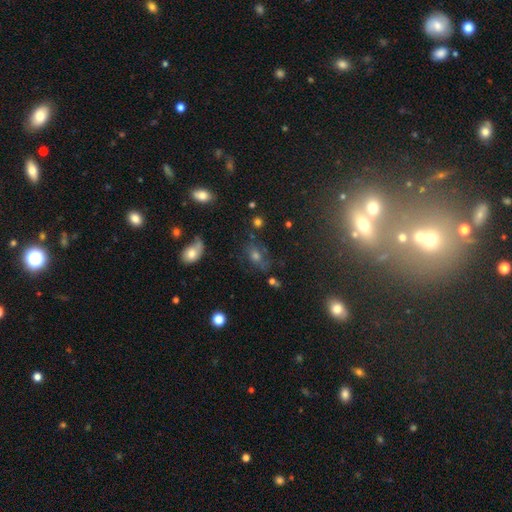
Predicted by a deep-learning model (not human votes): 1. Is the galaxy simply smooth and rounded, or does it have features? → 43% smooth, 31% star or artifact, 26% featured or disk.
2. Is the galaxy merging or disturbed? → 61% none, 20% minor disturbance, 12% major disturbance, 7% merger.